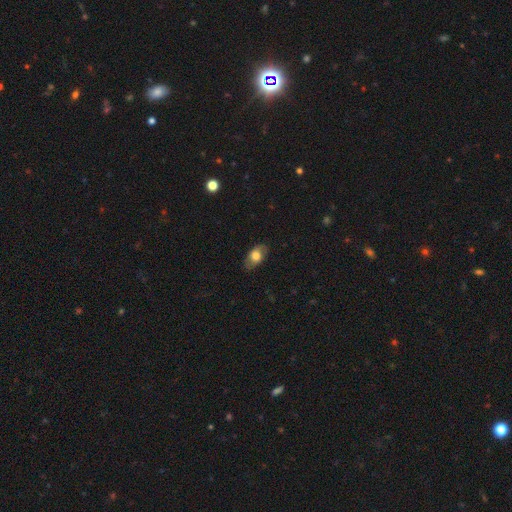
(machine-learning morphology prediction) smooth_or_featured: smooth (p=0.70) [alt: featured or disk p=0.23]
how_rounded: in between (p=0.89) [alt: round p=0.08]
merging: none (p=0.81) [alt: minor disturbance p=0.15]